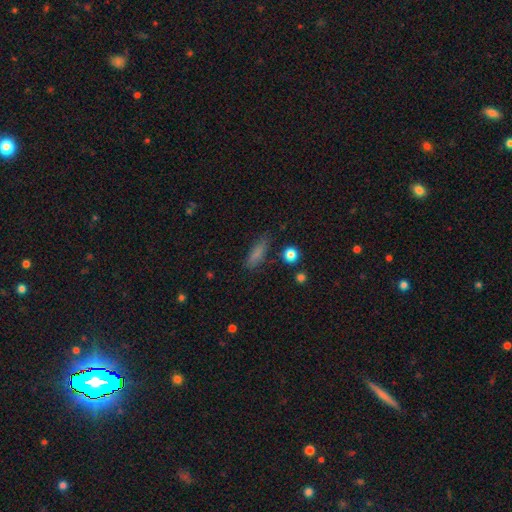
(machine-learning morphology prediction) smooth 75%, star or artifact 14%, featured or disk 12%. Down the decision tree: how rounded — cigar-shaped (62%); merging — none (77%).